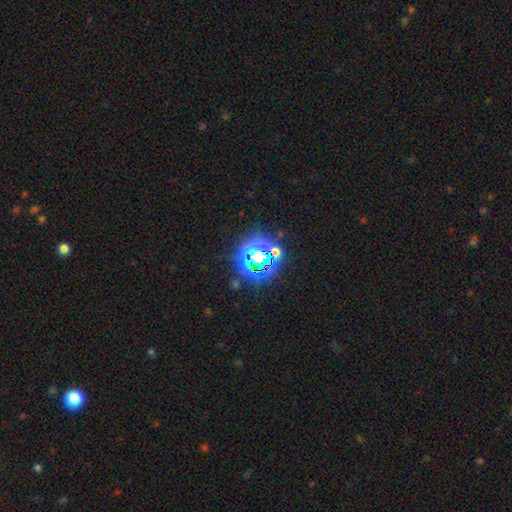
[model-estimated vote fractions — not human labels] This appears to be a star or artifact, not a galaxy (66%).